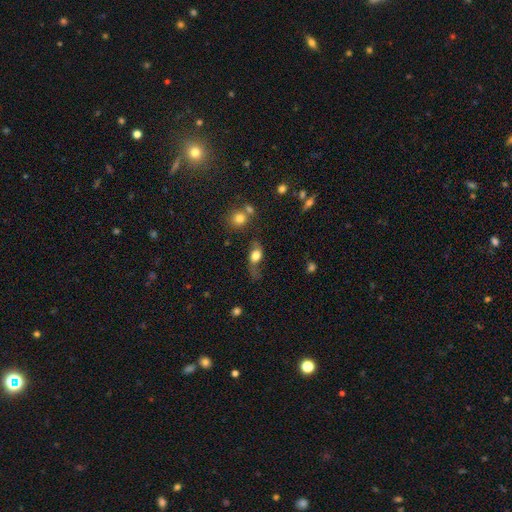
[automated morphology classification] smooth-or-featured: smooth: 65% | featured or disk: 25% | star or artifact: 10%
  how-rounded: in between: 71% | round: 23% | cigar-shaped: 6%
  merging: none: 42% | minor disturbance: 26% | major disturbance: 26% | merger: 5%